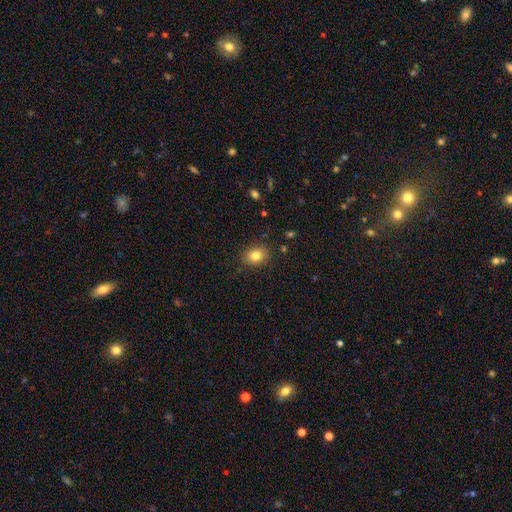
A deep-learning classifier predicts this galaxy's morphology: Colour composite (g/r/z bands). It shows a smooth galaxy with no disk features (82%) that is round (50%). Merging: none (87%).